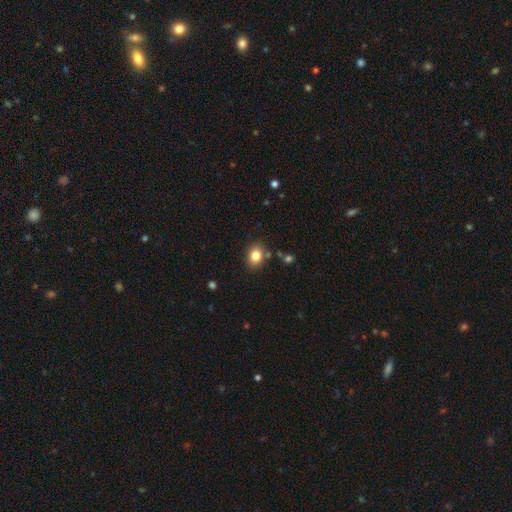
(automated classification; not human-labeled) Smooth or featured: smooth — 83% (star or artifact — 10%)
How rounded: in between — 57% (round — 42%)
Merging: none — 81% (minor disturbance — 12%)